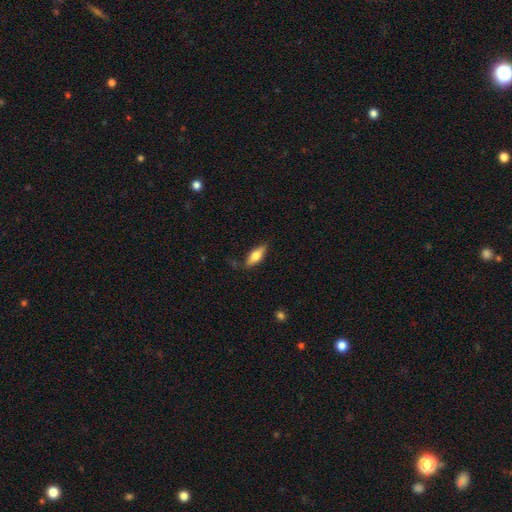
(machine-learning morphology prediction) Smooth or featured? Predicted: smooth (p=0.65). How rounded? Predicted: in between (p=0.61). Merging? Predicted: none (p=0.80).